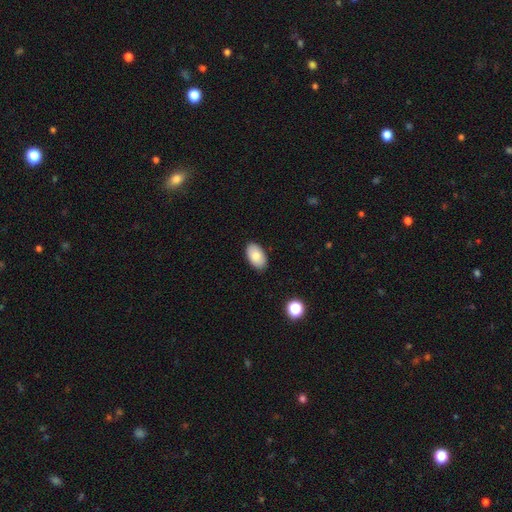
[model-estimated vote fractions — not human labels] The model was most divided on "smooth or featured": smooth: 82%, featured or disk: 11%, star or artifact: 7%. More confident: how rounded — in between (95%); merging — none (88%).